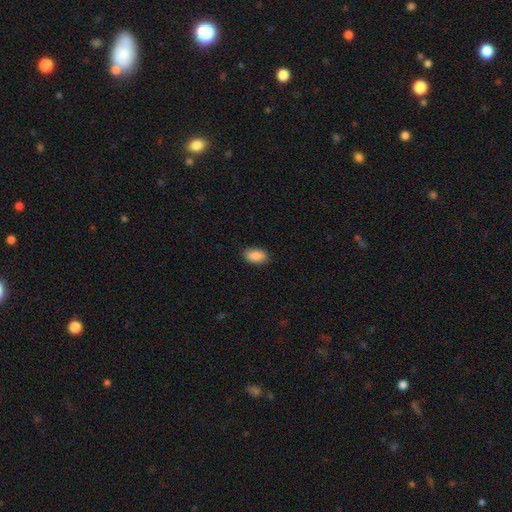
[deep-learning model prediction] This is clearly a smooth galaxy (86%). How rounded: clearly in between (93%). Merging: clearly none (86%).